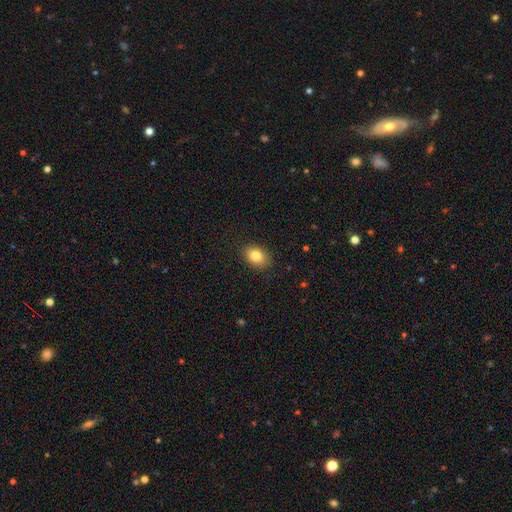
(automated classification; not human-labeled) Smooth or featured? Predicted: smooth (p=0.83). How rounded? Predicted: in between (p=0.77). Merging? Predicted: none (p=0.87).